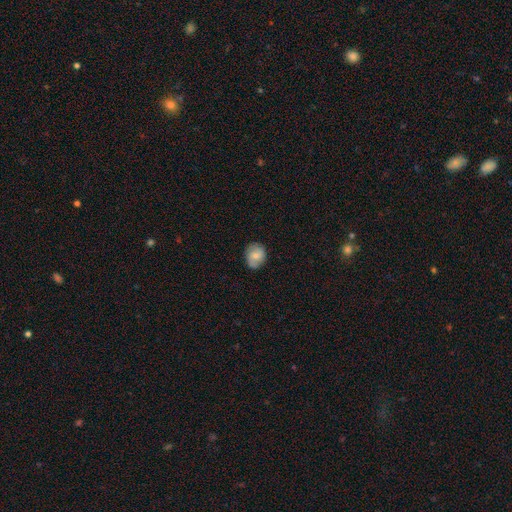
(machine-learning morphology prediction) smooth_or_featured: smooth (p=0.64) [alt: featured or disk p=0.28]
how_rounded: round (p=0.60) [alt: in between p=0.39]
merging: none (p=0.78) [alt: minor disturbance p=0.17]